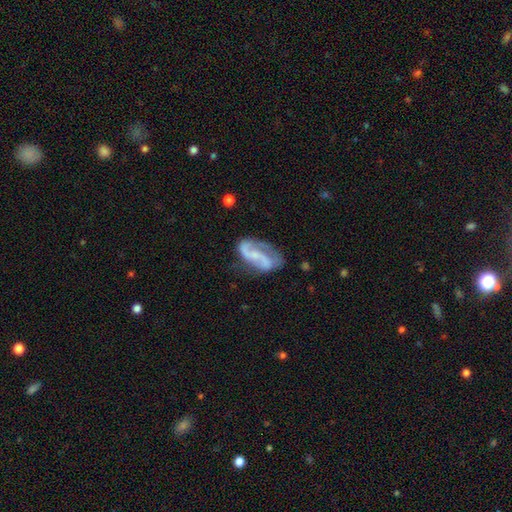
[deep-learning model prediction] Q: Smooth or featured?
A: featured or disk (81%); runner-up: smooth (13%)
Q: Edge-on disk?
A: no (97%); runner-up: yes (3%)
Q: Bar?
A: no (39%); runner-up: weak (37%)
Q: Spiral arms?
A: yes (94%); runner-up: no (6%)
Q: Spiral winding?
A: loose (44%); runner-up: medium (41%)
Q: Spiral arm count?
A: 2 (85%); runner-up: 1 (7%)
Q: Bulge size?
A: small (45%); runner-up: none (36%)
Q: Merging?
A: none (62%); runner-up: minor disturbance (21%)